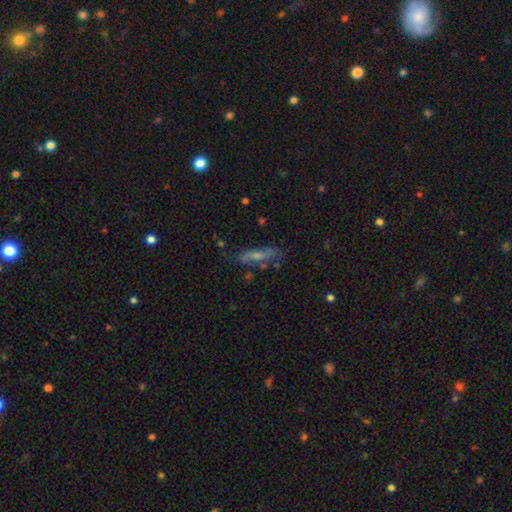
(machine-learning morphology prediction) The model was most divided on "smooth or featured": smooth: 47%, featured or disk: 43%, star or artifact: 11%. More confident: merging — none (67%).